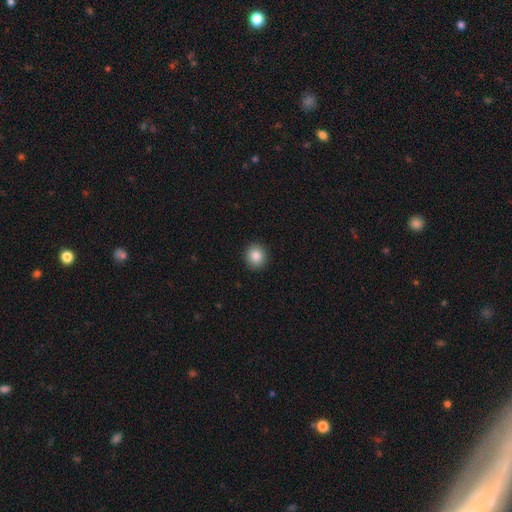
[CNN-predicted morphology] Smooth or featured: smooth — 86% (star or artifact — 9%)
How rounded: round — 86% (in between — 14%)
Merging: none — 92% (minor disturbance — 5%)